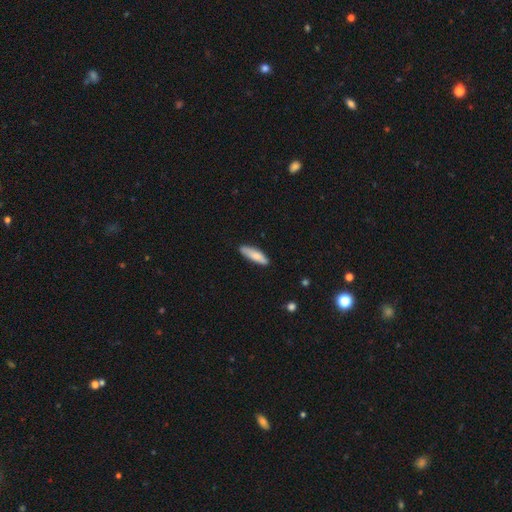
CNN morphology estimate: This is clearly a smooth galaxy (80%). How rounded: likely cigar-shaped (64%). Merging: clearly none (85%).